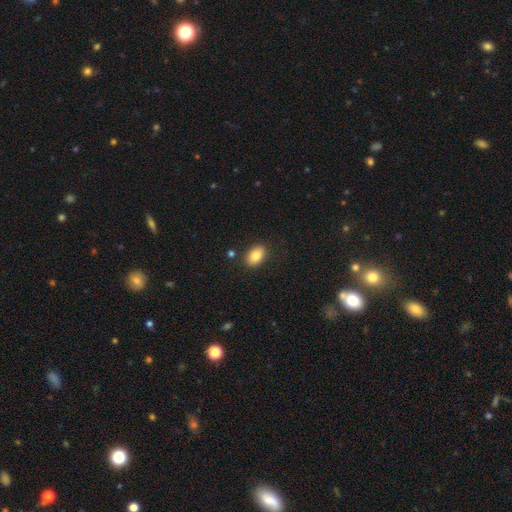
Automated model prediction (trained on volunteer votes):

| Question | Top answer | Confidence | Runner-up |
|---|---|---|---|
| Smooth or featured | smooth | 84% | star or artifact (8%) |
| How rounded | in between | 88% | round (11%) |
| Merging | none | 85% | minor disturbance (10%) |